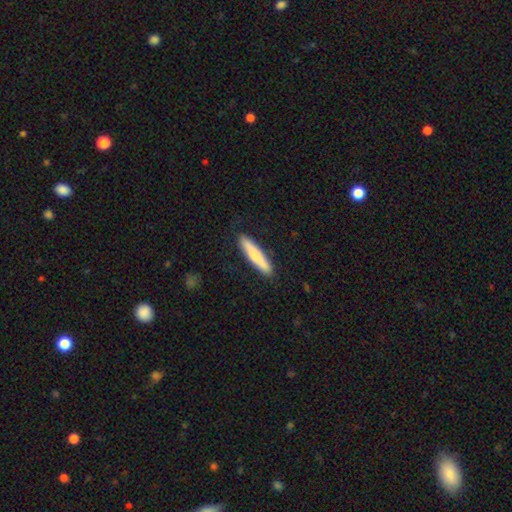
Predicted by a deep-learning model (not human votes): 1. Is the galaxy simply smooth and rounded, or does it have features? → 73% smooth, 22% featured or disk, 5% star or artifact.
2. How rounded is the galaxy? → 89% cigar-shaped, 10% in between, 1% round.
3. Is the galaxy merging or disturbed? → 89% none, 8% minor disturbance, 2% major disturbance, 1% merger.